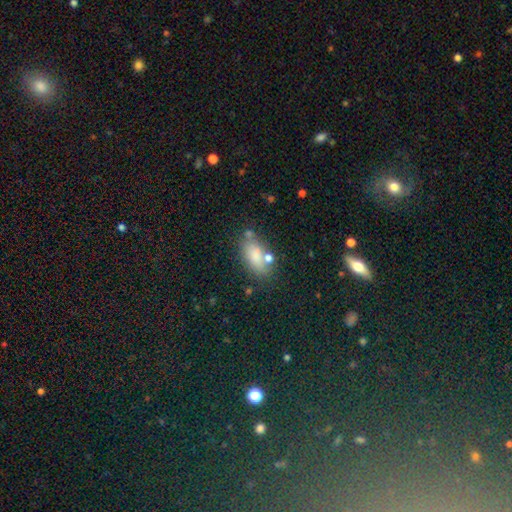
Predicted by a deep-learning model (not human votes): smooth 76%, featured or disk 14%, star or artifact 10%. Down the decision tree: how rounded — in between (86%); merging — none (59%).